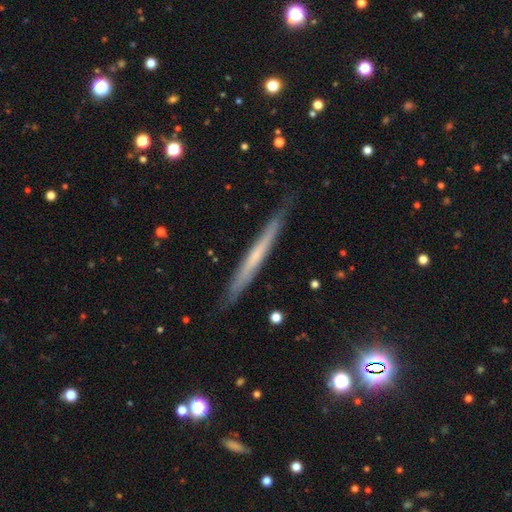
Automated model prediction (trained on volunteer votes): Smooth or featured? Predicted: featured or disk (p=0.53). Edge-on disk? Predicted: yes (p=0.94). Edge-on bulge? Predicted: none (p=0.81). Merging? Predicted: none (p=0.85).